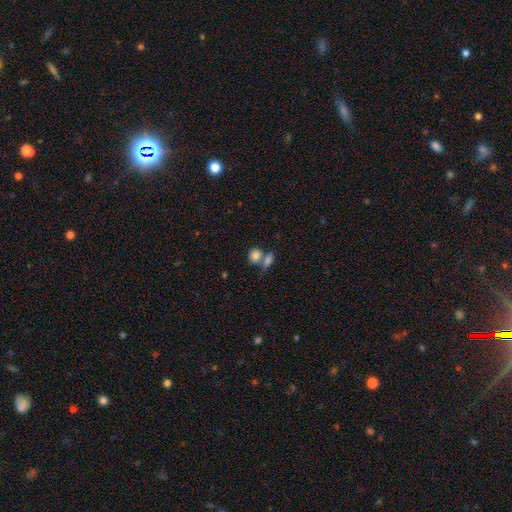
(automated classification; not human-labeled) Smooth or featured? smooth (83%)
How rounded? round (57%)
Merging? merger (48%)